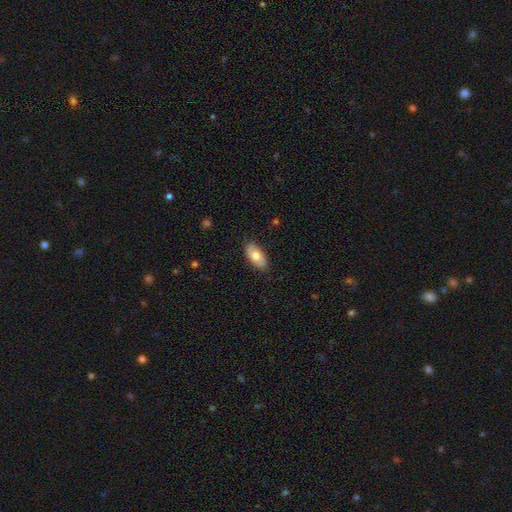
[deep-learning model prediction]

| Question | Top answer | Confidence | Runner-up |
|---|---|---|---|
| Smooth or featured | smooth | 76% | featured or disk (17%) |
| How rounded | in between | 93% | cigar-shaped (5%) |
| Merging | none | 86% | minor disturbance (11%) |